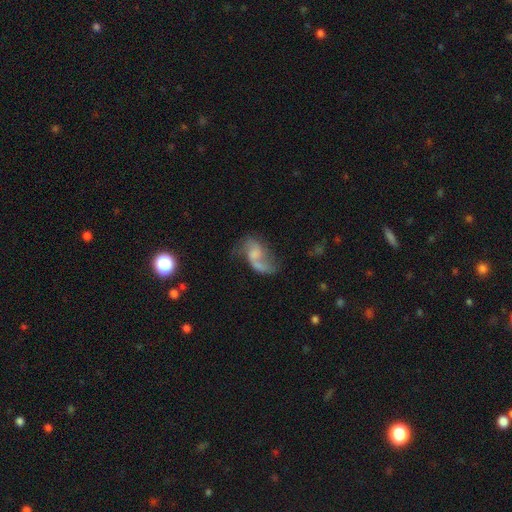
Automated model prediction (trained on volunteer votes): featured or disk 67%, smooth 23%, star or artifact 10%. Down the decision tree: edge-on disk — no (97%); bar — no (57%); spiral arms — yes (83%); spiral arm count — 2 (75%); spiral winding — loose (74%); bulge size — none (46%); merging — none (37%).